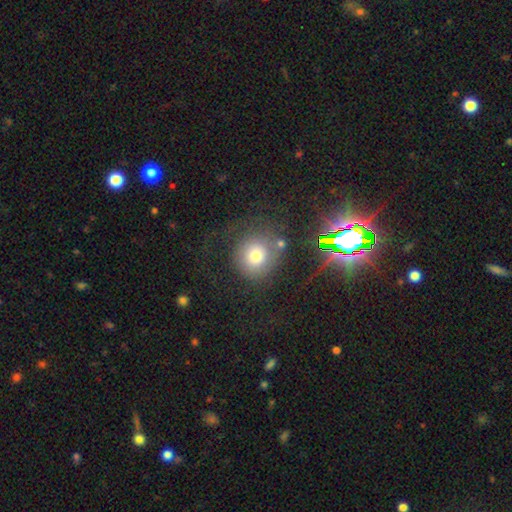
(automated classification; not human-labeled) Overall: smooth (64%). How rounded: round (88%). Merging: none (62%).